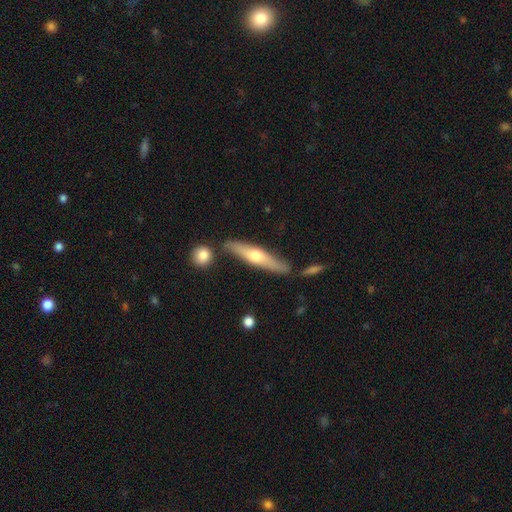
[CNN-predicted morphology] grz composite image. It shows a featured or disk galaxy (57%) viewed edge-on (89%) with a rounded central bulge (89%). Merging: none (79%).